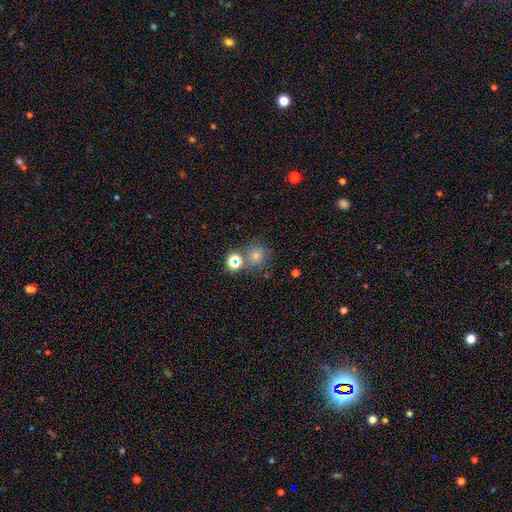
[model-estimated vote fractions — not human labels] Q: Smooth or featured?
A: smooth (61%); runner-up: star or artifact (28%)
Q: How rounded?
A: round (88%); runner-up: in between (11%)
Q: Merging?
A: none (68%); runner-up: merger (18%)